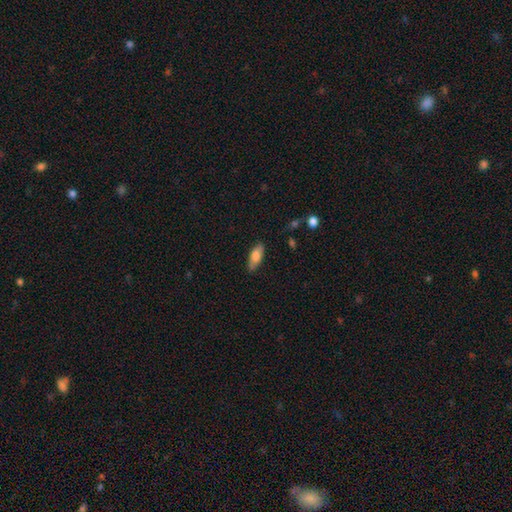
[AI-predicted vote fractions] Morphology: type=smooth (76%); roundness=in between (71%); merging=none (82%).